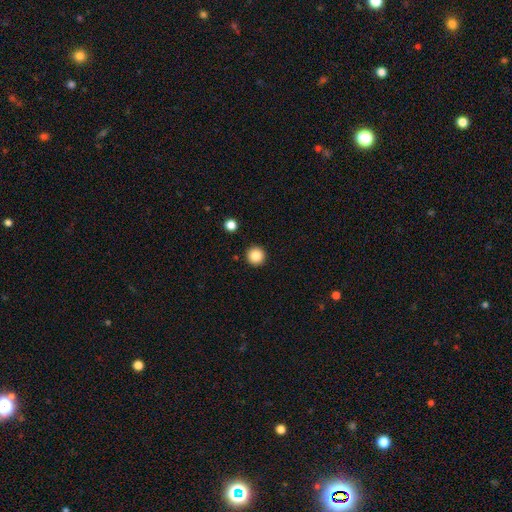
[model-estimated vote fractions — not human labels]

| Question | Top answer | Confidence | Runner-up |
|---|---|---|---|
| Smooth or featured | smooth | 86% | star or artifact (10%) |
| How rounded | round | 96% | in between (3%) |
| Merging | none | 92% | minor disturbance (5%) |